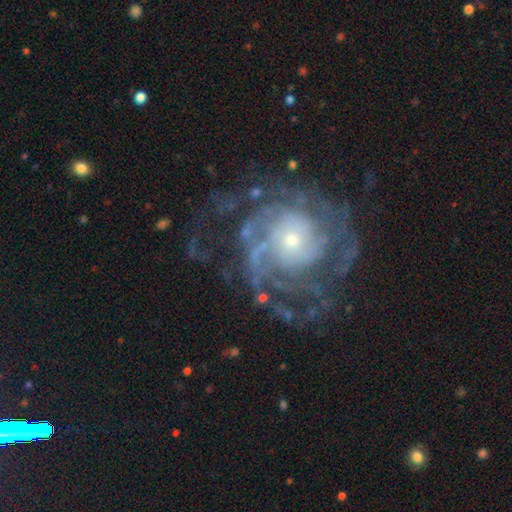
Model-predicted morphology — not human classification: Q: Smooth or featured?
A: featured or disk (86%); runner-up: star or artifact (8%)
Q: Edge-on disk?
A: no (97%); runner-up: yes (3%)
Q: Bar?
A: no (78%); runner-up: weak (17%)
Q: Spiral arms?
A: yes (94%); runner-up: no (6%)
Q: Spiral winding?
A: tight (61%); runner-up: medium (30%)
Q: Spiral arm count?
A: can't tell (35%); runner-up: 2 (16%)
Q: Bulge size?
A: small (62%); runner-up: moderate (30%)
Q: Merging?
A: none (67%); runner-up: major disturbance (16%)